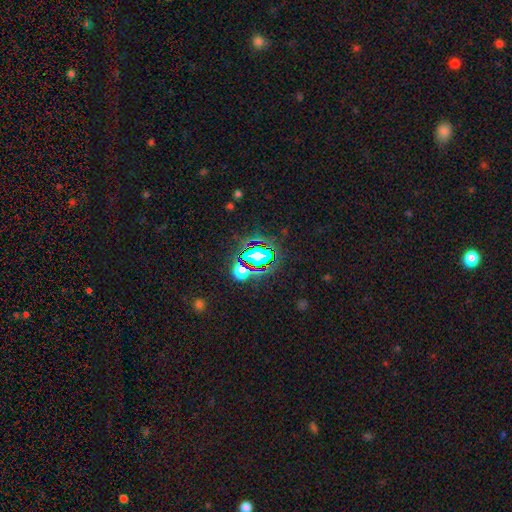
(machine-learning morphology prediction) Smooth or featured? Predicted: star or artifact (p=0.65).